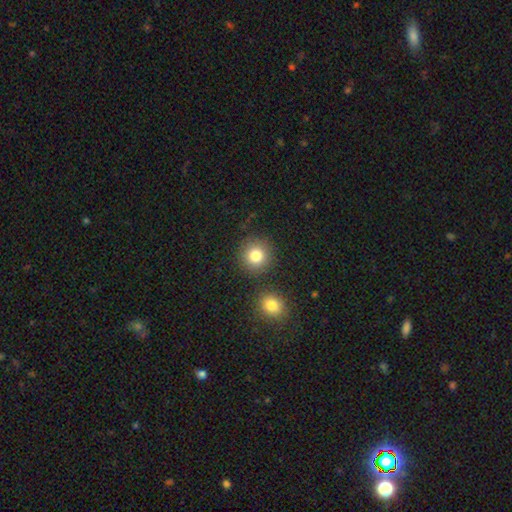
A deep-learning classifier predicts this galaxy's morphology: Smooth or featured?
  - smooth: 82% *
  - star or artifact: 11%
  - featured or disk: 7%
How rounded?
  - round: 93% *
  - in between: 6%
  - cigar-shaped: 1%
Merging?
  - none: 84% *
  - merger: 8%
  - minor disturbance: 6%
  - major disturbance: 3%